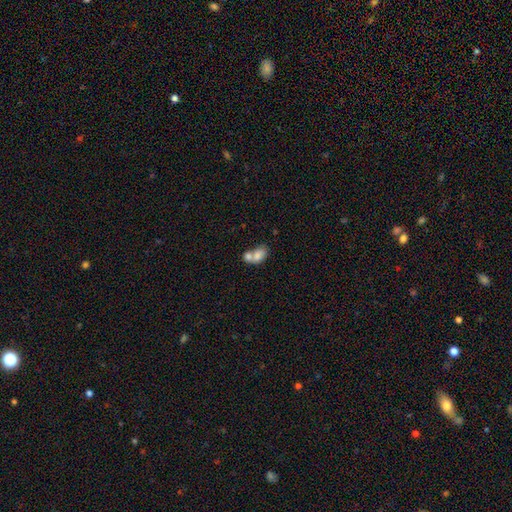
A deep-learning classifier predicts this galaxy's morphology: This appears to be a smooth galaxy with no disk features (74%) that is in between round and cigar-shaped (82%). Merging: merger (65%).